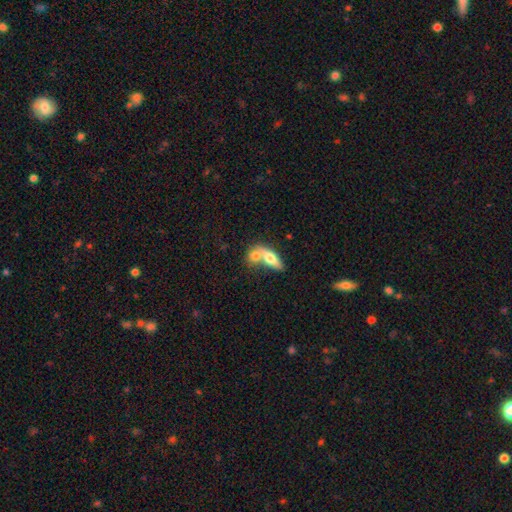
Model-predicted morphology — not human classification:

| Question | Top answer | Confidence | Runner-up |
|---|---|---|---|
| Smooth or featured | smooth | 69% | featured or disk (25%) |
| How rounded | in between | 67% | cigar-shaped (18%) |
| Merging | merger | 65% | none (23%) |